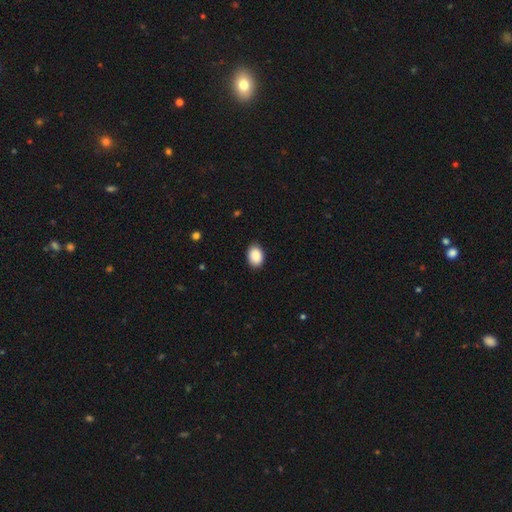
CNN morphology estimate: This is clearly a smooth galaxy (90%). How rounded: clearly in between (84%). Merging: clearly none (87%).